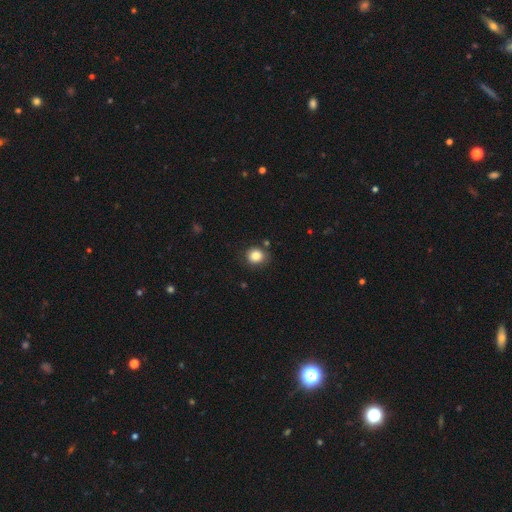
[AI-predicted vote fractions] smooth-or-featured: smooth: 85% | star or artifact: 10% | featured or disk: 5%
  how-rounded: round: 82% | in between: 17% | cigar-shaped: 1%
  merging: none: 83% | minor disturbance: 11% | major disturbance: 3% | merger: 3%